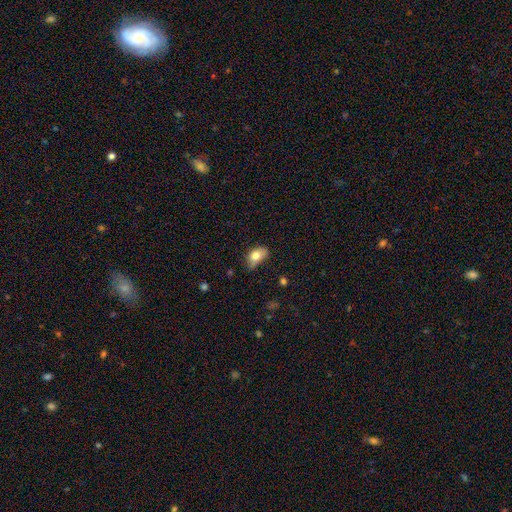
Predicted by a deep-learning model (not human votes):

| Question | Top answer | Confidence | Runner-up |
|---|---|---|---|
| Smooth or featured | smooth | 75% | featured or disk (16%) |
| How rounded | in between | 85% | round (13%) |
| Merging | none | 45% | minor disturbance (39%) |